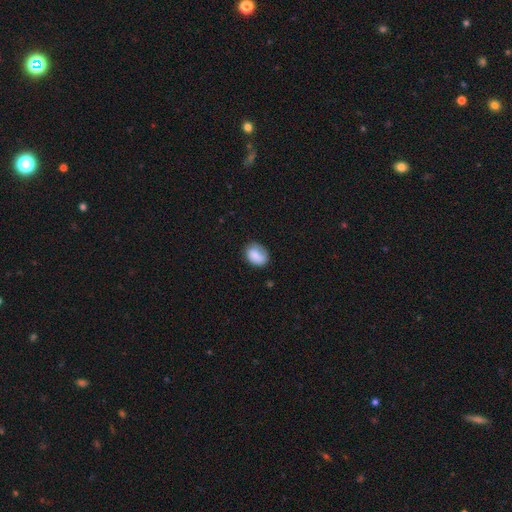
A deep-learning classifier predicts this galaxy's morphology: This appears to be a smooth galaxy with no disk features (82%) that is in between round and cigar-shaped (65%). Merging: none (67%).